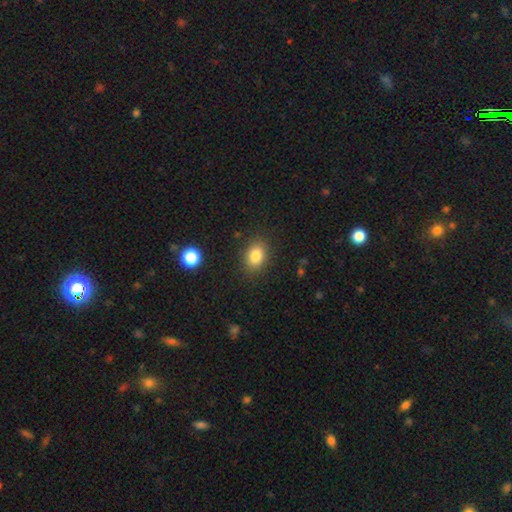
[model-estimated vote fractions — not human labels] smooth-or-featured: smooth: 83% | star or artifact: 10% | featured or disk: 7%
  how-rounded: in between: 68% | round: 31% | cigar-shaped: 1%
  merging: none: 86% | minor disturbance: 9% | major disturbance: 3% | merger: 1%